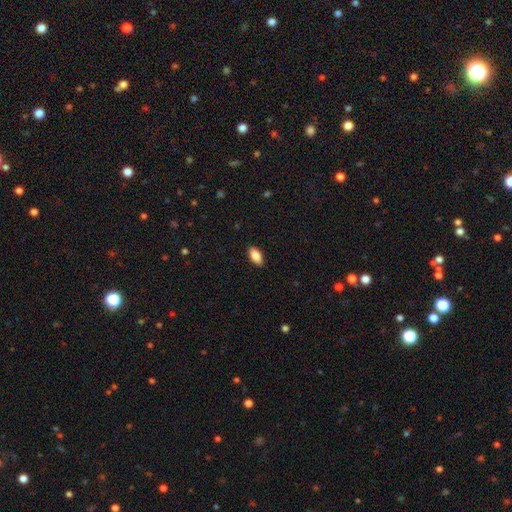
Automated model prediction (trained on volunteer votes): A smooth galaxy with no disk features (83%) that is in between round and cigar-shaped (89%).

Vote fractions:
- Smooth or featured? smooth: 83% / featured or disk: 10% / star or artifact: 7%
- How rounded? in between: 89% / cigar-shaped: 8% / round: 3%
- Merging? none: 89% / minor disturbance: 8% / major disturbance: 2% / merger: 1%